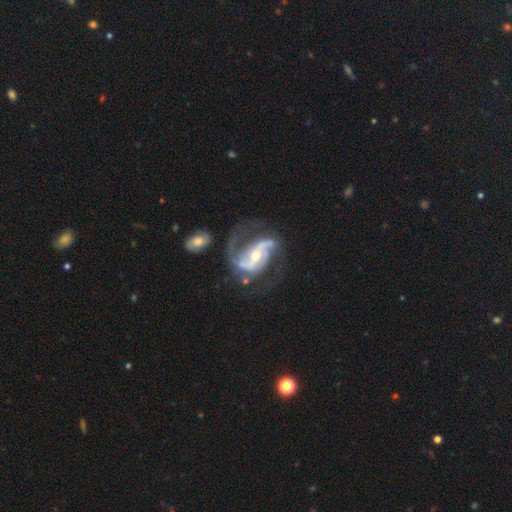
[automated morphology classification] type=featured or disk (90%); edge-on=no (97%); bar=strong (40%); spiral arms=yes (97%); winding=medium (47%); arm count=2 (86%); bulge=moderate (49%); merging=none (57%).